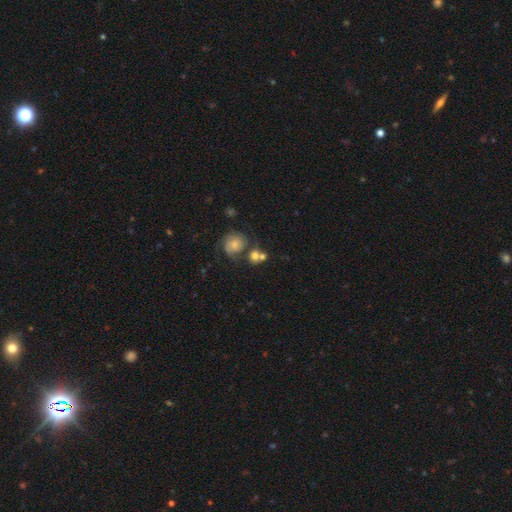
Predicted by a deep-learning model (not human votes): This is possibly a smooth galaxy (60%). How rounded: likely round (76%). Merging: possibly none (46%).